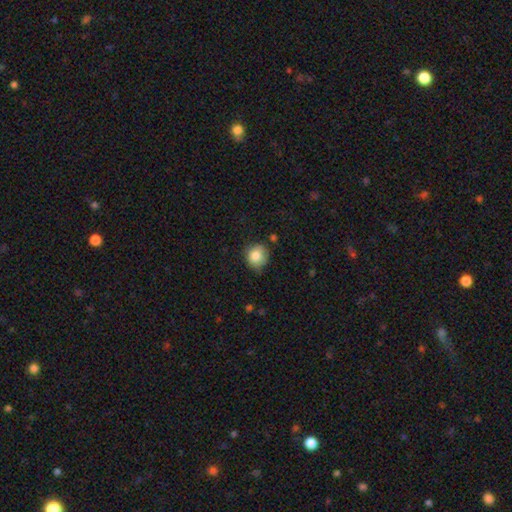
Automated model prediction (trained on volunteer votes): Overall: smooth (82%). How rounded: round (81%). Merging: none (68%).